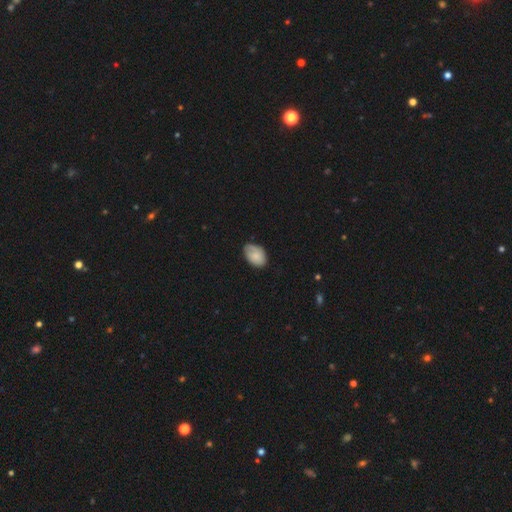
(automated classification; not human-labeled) Overall: smooth (80%). How rounded: in between (86%). Merging: none (62%; minor disturbance 31%).